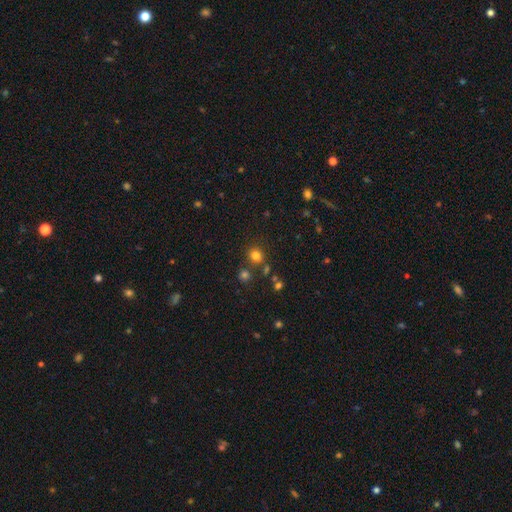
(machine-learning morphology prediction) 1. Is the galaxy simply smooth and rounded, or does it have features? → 77% smooth, 17% star or artifact, 6% featured or disk.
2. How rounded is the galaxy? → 86% round, 13% in between, 1% cigar-shaped.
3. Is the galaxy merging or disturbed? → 78% none, 10% merger, 9% minor disturbance, 3% major disturbance.